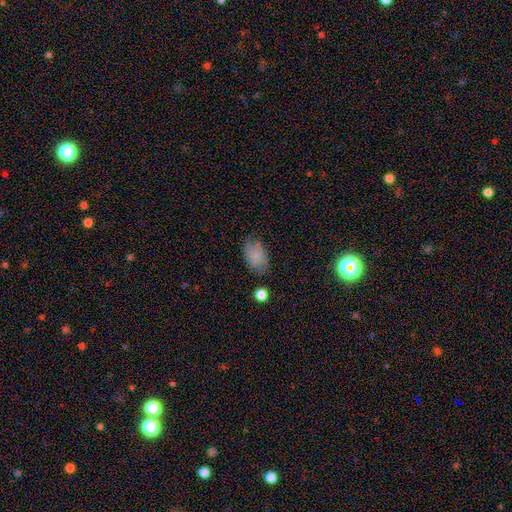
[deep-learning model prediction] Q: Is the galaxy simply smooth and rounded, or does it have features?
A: smooth — 77%.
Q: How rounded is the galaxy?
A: in between — 91%.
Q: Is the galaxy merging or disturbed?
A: none — 69%.